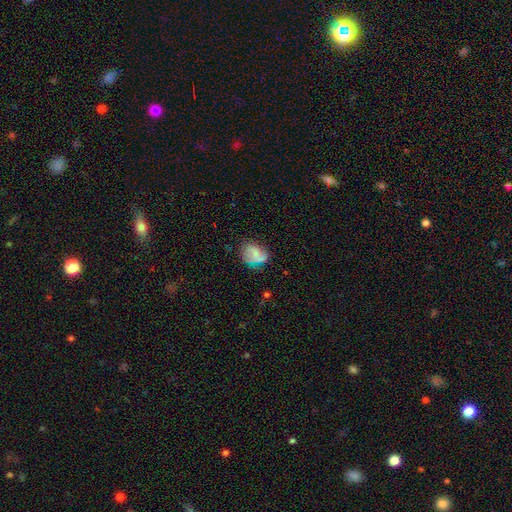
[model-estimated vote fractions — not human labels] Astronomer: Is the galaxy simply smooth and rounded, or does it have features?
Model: smooth — 58%.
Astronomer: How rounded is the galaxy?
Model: in between — 59% (runner-up: round, 40%).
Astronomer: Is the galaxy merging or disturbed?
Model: none — 50% (runner-up: minor disturbance, 30%).